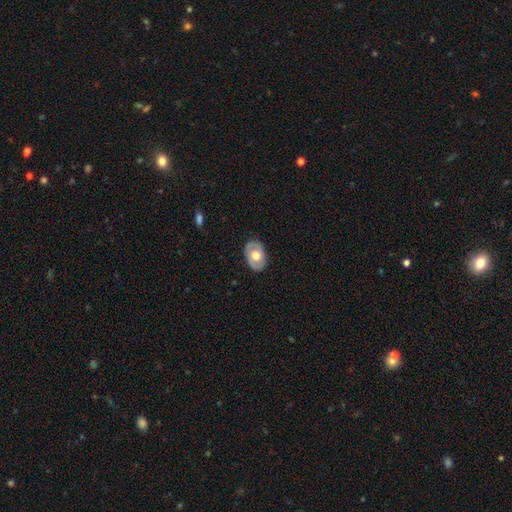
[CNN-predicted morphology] A smooth galaxy with no disk features (53%) that is in between round and cigar-shaped (81%).

Vote fractions:
- Smooth or featured? smooth: 53% / featured or disk: 41% / star or artifact: 6%
- How rounded? in between: 81% / round: 18% / cigar-shaped: 1%
- Merging? none: 84% / minor disturbance: 12% / major disturbance: 3% / merger: 1%